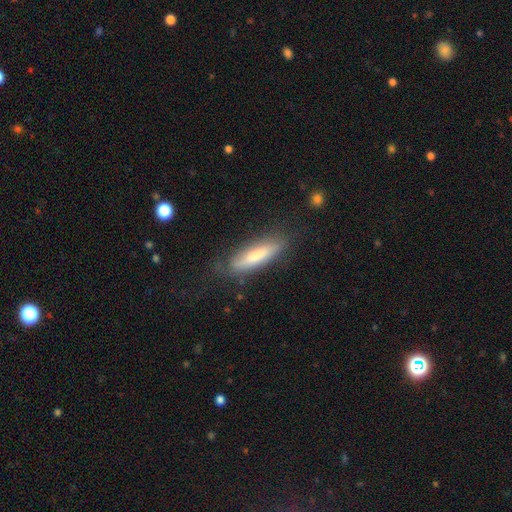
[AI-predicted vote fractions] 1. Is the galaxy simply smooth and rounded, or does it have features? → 67% smooth, 27% featured or disk, 6% star or artifact.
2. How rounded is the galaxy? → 70% cigar-shaped, 29% in between, 2% round.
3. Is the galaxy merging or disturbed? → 77% none, 16% minor disturbance, 5% major disturbance, 2% merger.